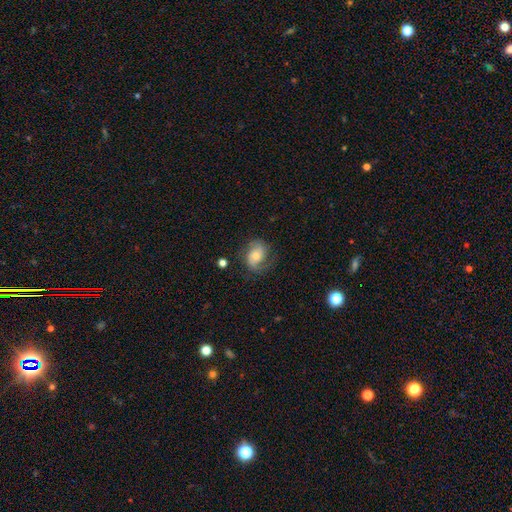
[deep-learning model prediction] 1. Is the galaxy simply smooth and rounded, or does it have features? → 51% featured or disk, 41% smooth, 9% star or artifact.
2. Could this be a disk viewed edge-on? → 96% no, 4% yes.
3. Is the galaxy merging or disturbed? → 62% none, 23% minor disturbance, 14% major disturbance, 2% merger.